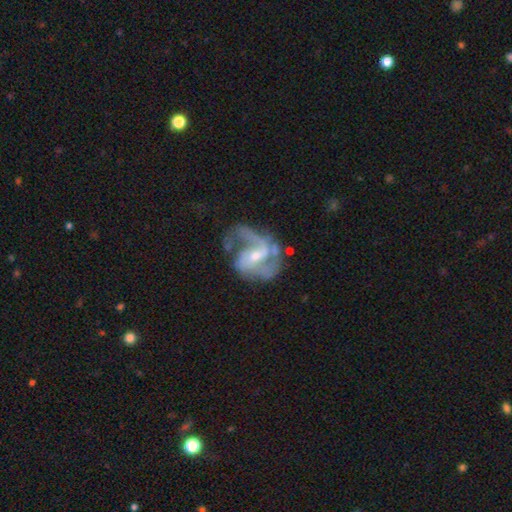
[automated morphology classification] A featured or disk galaxy (85%) with a weak bar (51%), 2 (57%) medium (49%) spiral arms (92%) and a small central bulge (51%). Merging: none (43%).